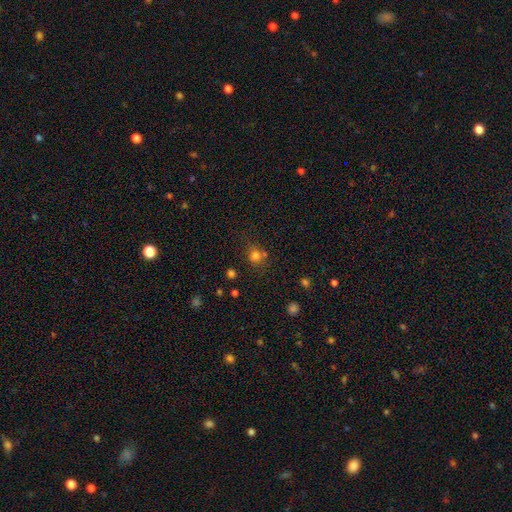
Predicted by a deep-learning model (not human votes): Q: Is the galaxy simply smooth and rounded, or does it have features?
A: smooth — 76%.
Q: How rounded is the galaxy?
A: round — 83%.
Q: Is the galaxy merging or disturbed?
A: none — 63%.